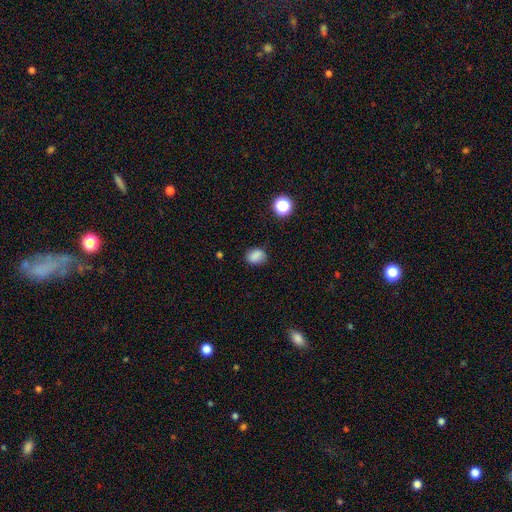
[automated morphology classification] Smooth or featured? Predicted: smooth (p=0.84). How rounded? Predicted: in between (p=0.60). Merging? Predicted: none (p=0.80).